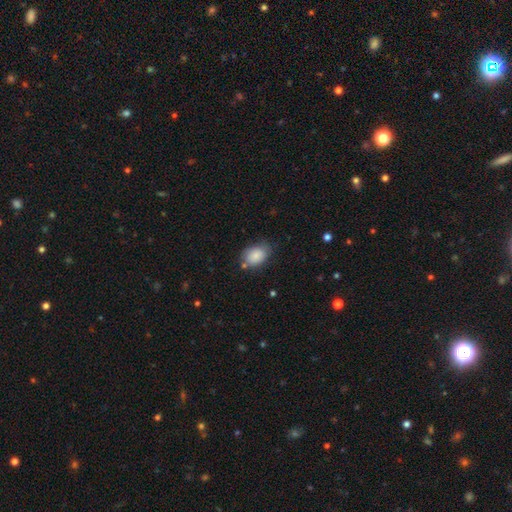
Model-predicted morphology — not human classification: smooth_or_featured: smooth (p=0.85) [alt: star or artifact p=0.08]
how_rounded: in between (p=0.78) [alt: round p=0.21]
merging: none (p=0.67) [alt: minor disturbance p=0.23]